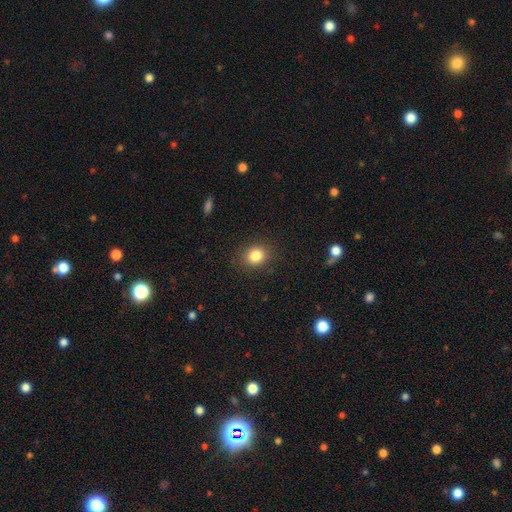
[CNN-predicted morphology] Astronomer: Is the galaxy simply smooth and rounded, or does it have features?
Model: smooth — 84%.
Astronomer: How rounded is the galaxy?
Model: round — 55% (runner-up: in between, 44%).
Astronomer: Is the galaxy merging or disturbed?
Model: none — 86%.